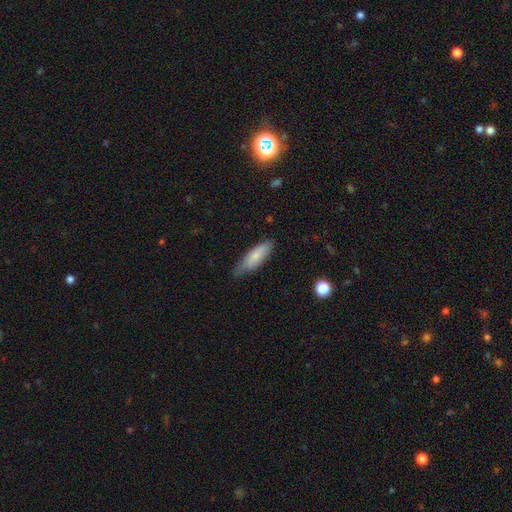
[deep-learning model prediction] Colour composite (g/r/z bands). It shows a smooth galaxy with no disk features (77%) that is cigar-shaped (49%, tied with in between). Merging: none (65%).